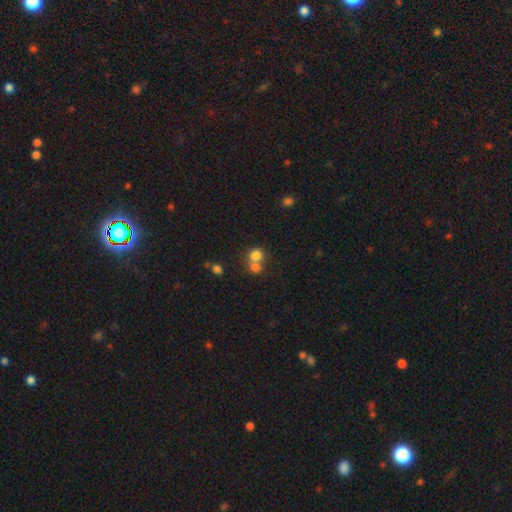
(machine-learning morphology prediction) smooth 77%, star or artifact 13%, featured or disk 10%. Down the decision tree: how rounded — round (82%); merging — merger (53%).